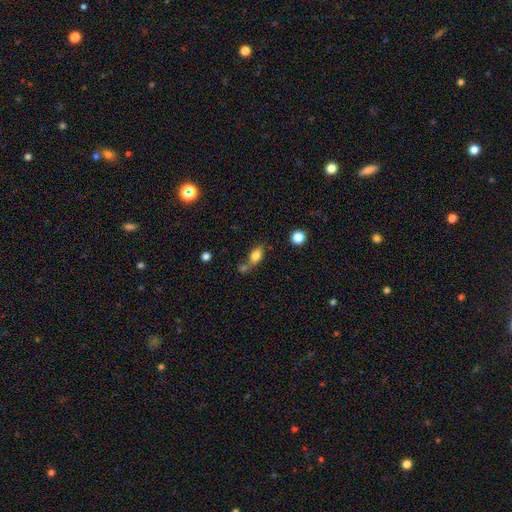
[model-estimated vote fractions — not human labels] This appears to be a smooth galaxy with no disk features (78%) that is in between round and cigar-shaped (81%). Merging: none (49%).